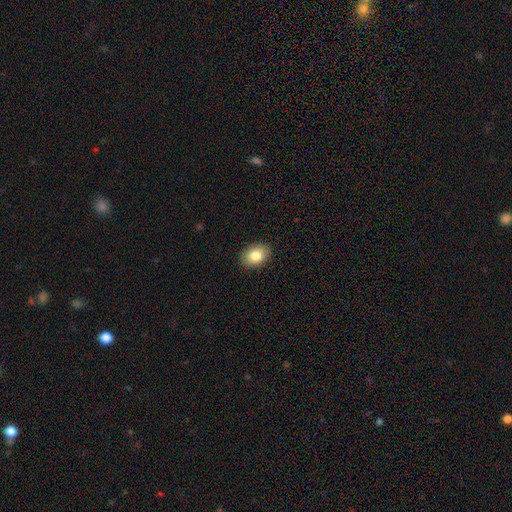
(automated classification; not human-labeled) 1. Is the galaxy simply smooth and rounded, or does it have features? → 84% smooth, 8% star or artifact, 8% featured or disk.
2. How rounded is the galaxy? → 76% in between, 23% round, 1% cigar-shaped.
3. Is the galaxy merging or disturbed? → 88% none, 9% minor disturbance, 2% major disturbance, 1% merger.